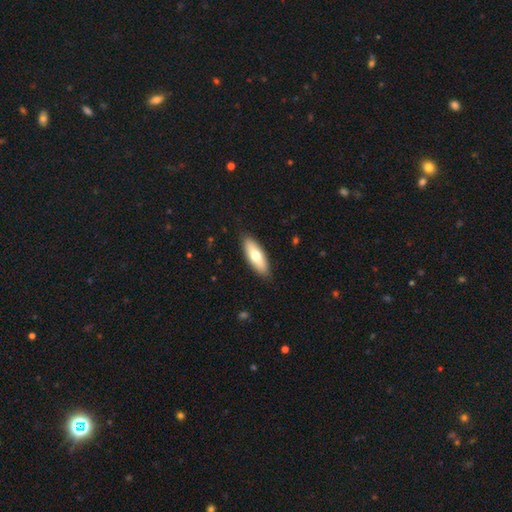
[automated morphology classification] Overall: smooth (66%; featured or disk 29%). How rounded: in between (64%; cigar-shaped 33%). Merging: none (87%).